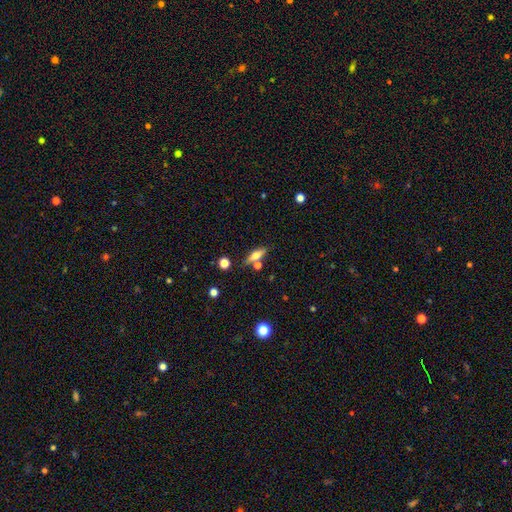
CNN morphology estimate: A smooth galaxy with no disk features (54%) that is cigar-shaped (50%). Merging: none (69%).